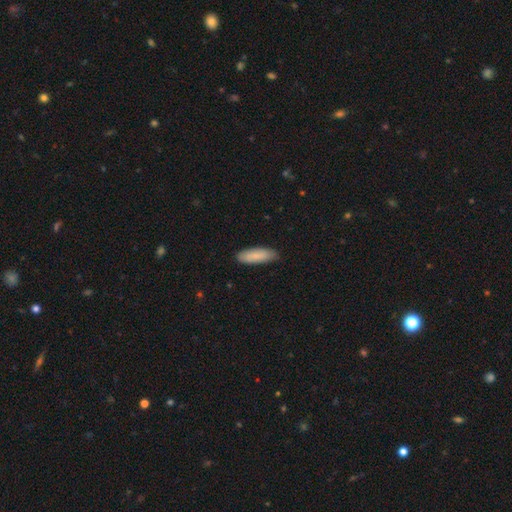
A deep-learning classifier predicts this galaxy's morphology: A smooth galaxy with no disk features (85%) that is in between round and cigar-shaped (57%).

Vote fractions:
- Smooth or featured? smooth: 85% / featured or disk: 10% / star or artifact: 6%
- How rounded? in between: 57% / cigar-shaped: 41% / round: 2%
- Merging? none: 83% / minor disturbance: 14% / major disturbance: 2% / merger: 1%